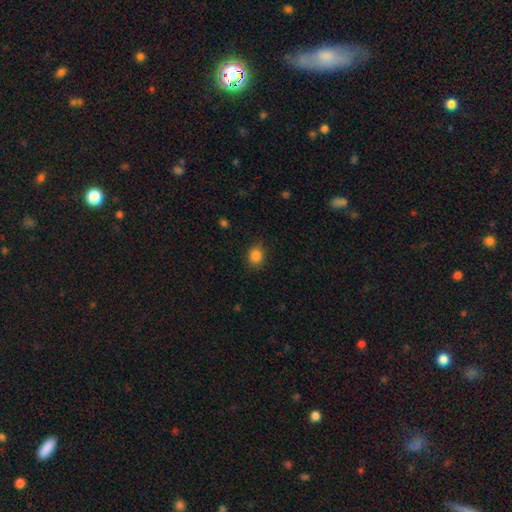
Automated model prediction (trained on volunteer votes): Smooth or featured?
  - smooth: 85% *
  - star or artifact: 11%
  - featured or disk: 4%
How rounded?
  - round: 70% *
  - in between: 29%
  - cigar-shaped: 1%
Merging?
  - none: 83% *
  - minor disturbance: 12%
  - major disturbance: 3%
  - merger: 1%